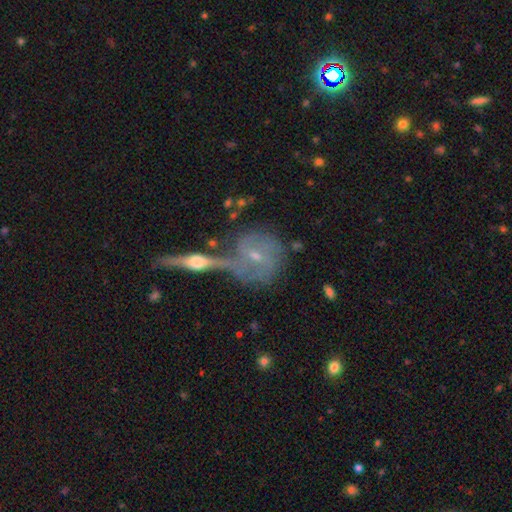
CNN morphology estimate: featured or disk 75%, smooth 17%, star or artifact 8%. Down the decision tree: edge-on disk — no (68%); bar — no (49%); spiral arms — yes (77%); bulge size — small (63%); merging — none (57%).